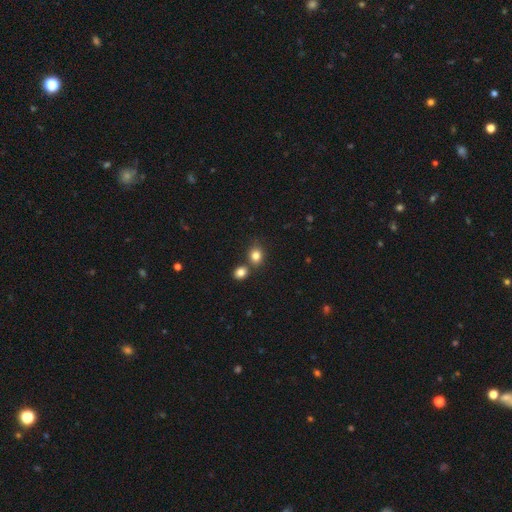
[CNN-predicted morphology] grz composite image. It shows a smooth galaxy with no disk features (82%) that is round (70%). Merging: none (64%).